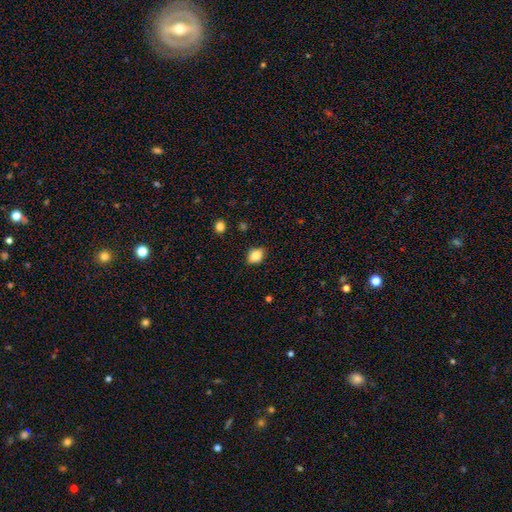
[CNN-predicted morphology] Smooth or featured?
  - smooth: 83% *
  - star or artifact: 9%
  - featured or disk: 8%
How rounded?
  - in between: 67% *
  - round: 31%
  - cigar-shaped: 2%
Merging?
  - none: 82% *
  - minor disturbance: 14%
  - major disturbance: 3%
  - merger: 1%